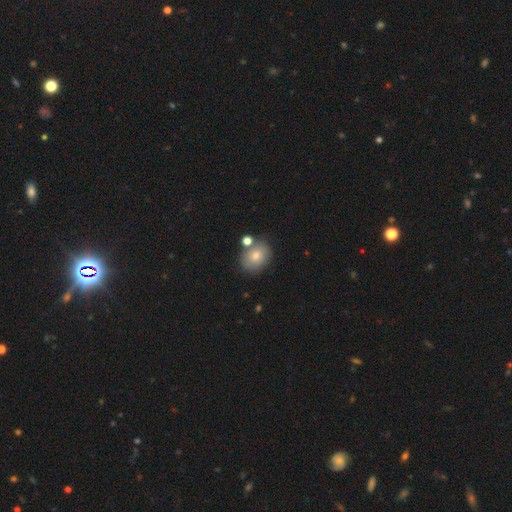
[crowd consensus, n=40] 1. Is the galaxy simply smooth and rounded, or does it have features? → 80% smooth, 10% featured or disk, 10% star or artifact.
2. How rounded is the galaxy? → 56% round, 41% in between, 3% cigar-shaped.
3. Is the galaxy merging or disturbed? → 69% none, 14% minor disturbance, 14% merger, 3% major disturbance.